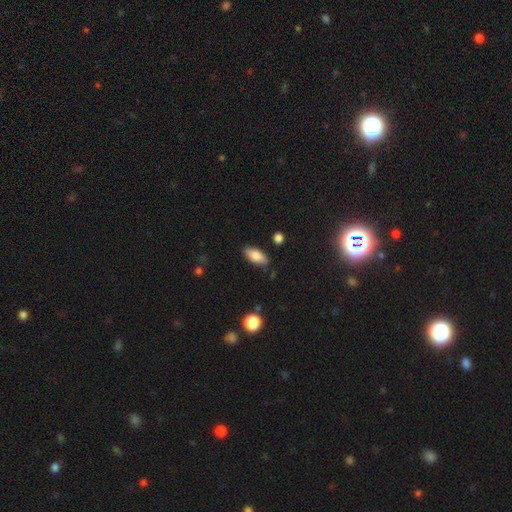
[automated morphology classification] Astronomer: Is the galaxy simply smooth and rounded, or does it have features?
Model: smooth — 84%.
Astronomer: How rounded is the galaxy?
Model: in between — 87%.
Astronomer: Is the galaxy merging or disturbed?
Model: none — 83%.